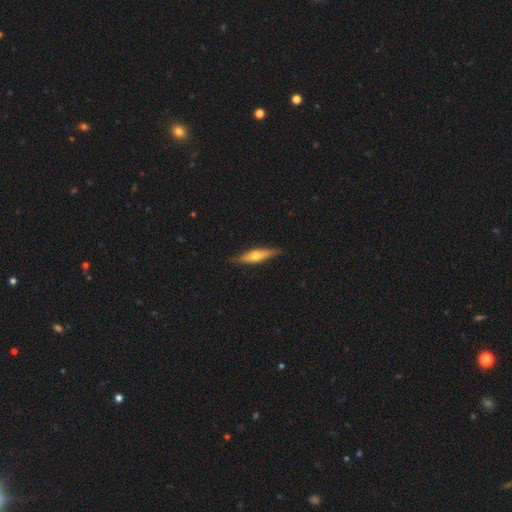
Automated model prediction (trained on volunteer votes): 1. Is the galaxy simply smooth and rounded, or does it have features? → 52% featured or disk, 42% smooth, 6% star or artifact.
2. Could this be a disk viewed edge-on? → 91% yes, 9% no.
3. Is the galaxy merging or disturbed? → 86% none, 11% minor disturbance, 2% major disturbance, 1% merger.